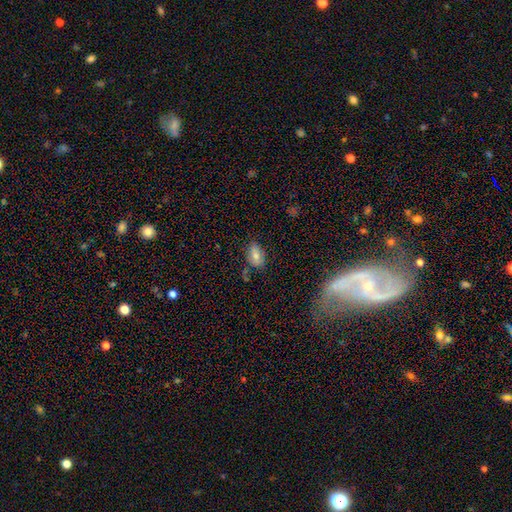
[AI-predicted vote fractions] Morphology: type=smooth (66%); roundness=in between (87%); merging=none (69%).